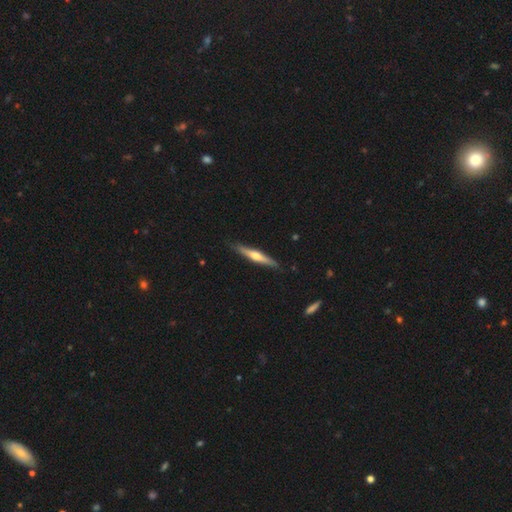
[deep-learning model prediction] Smooth or featured? featured or disk (59%)
Edge-on disk? yes (96%)
Edge-on bulge? rounded (87%)
Merging? none (88%)